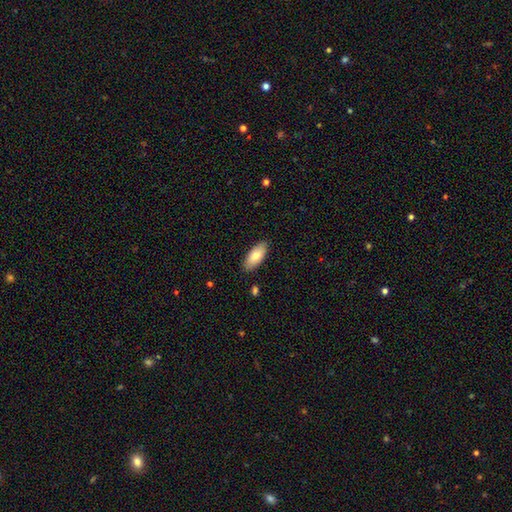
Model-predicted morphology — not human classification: A smooth galaxy with no disk features (79%) that is in between round and cigar-shaped (89%). Merging: none (86%).